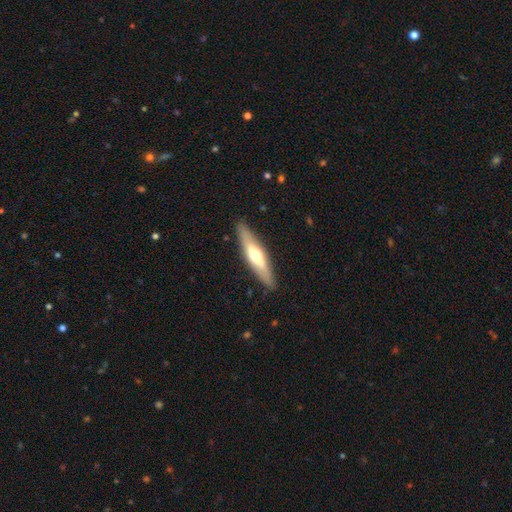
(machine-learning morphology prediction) This appears to be a featured or disk galaxy (51%) viewed edge-on (82%). Merging: none (89%).